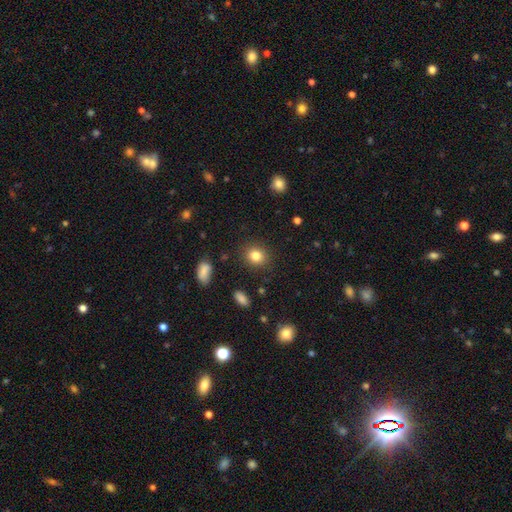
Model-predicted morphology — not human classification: Smooth or featured? smooth (82%)
How rounded? round (73%)
Merging? none (88%)